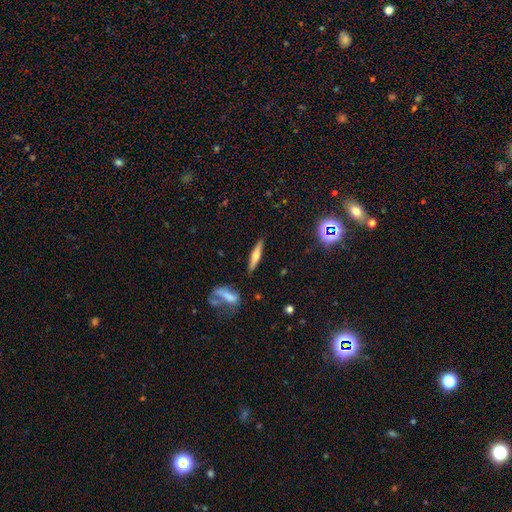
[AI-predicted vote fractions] A smooth galaxy with no disk features (49%).

Vote fractions:
- Smooth or featured? smooth: 49% / featured or disk: 43% / star or artifact: 8%
- Merging? none: 85% / minor disturbance: 9% / merger: 3% / major disturbance: 3%